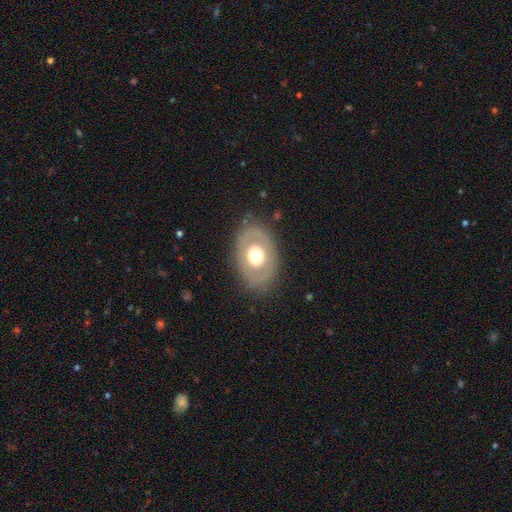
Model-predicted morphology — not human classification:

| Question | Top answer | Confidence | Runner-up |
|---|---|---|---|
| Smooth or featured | smooth | 49% | featured or disk (45%) |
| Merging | none | 81% | minor disturbance (12%) |